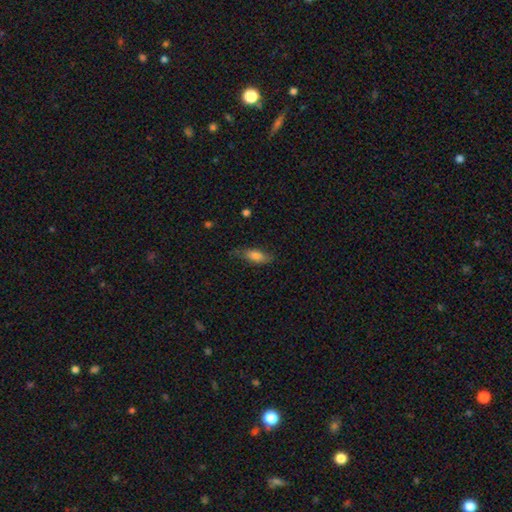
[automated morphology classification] Smooth or featured?
  - smooth: 75% *
  - featured or disk: 17%
  - star or artifact: 7%
How rounded?
  - in between: 73% *
  - cigar-shaped: 24%
  - round: 3%
Merging?
  - none: 65% *
  - minor disturbance: 26%
  - major disturbance: 7%
  - merger: 2%